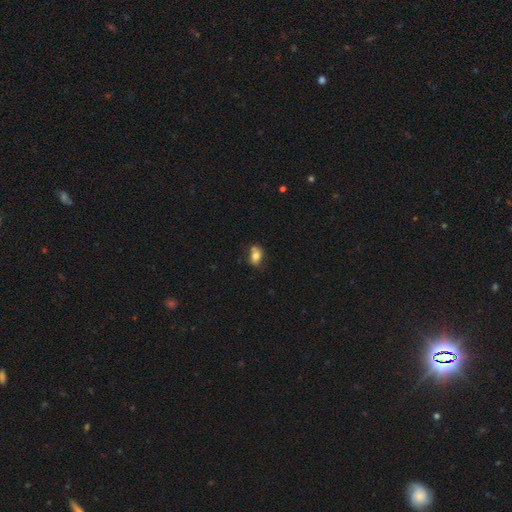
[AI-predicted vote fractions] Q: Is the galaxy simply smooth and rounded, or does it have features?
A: smooth — 76%.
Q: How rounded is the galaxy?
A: in between — 75%.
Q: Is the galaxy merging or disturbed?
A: none — 53%.